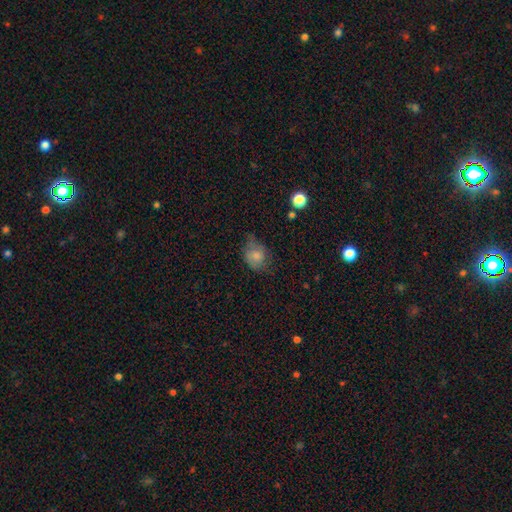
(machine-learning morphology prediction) A smooth galaxy with no disk features (73%) that is round (52%).

Vote fractions:
- Smooth or featured? smooth: 73% / featured or disk: 17% / star or artifact: 10%
- How rounded? round: 52% / in between: 47% / cigar-shaped: 1%
- Merging? none: 46% / minor disturbance: 36% / major disturbance: 16% / merger: 2%